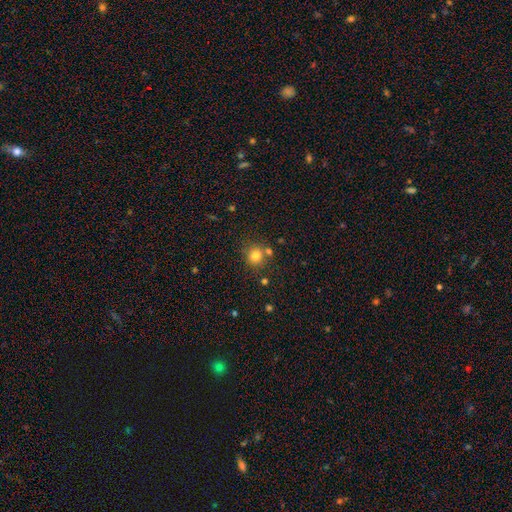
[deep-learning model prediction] A smooth galaxy with no disk features (79%) that is round (90%). Merging: none (72%).